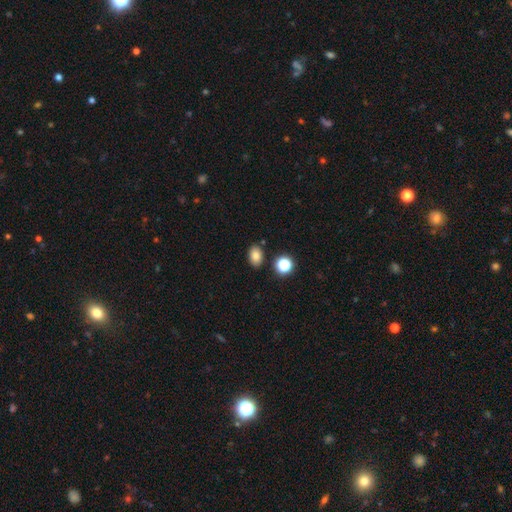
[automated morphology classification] The model was most divided on "how rounded": in between: 80%, round: 19%, cigar-shaped: 1%. More confident: merging — none (83%); smooth or featured — smooth (81%).